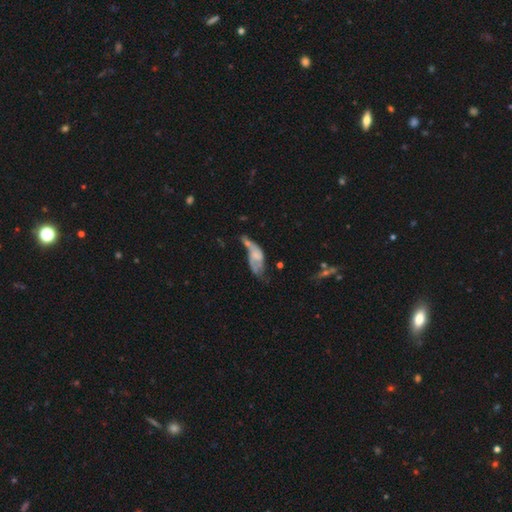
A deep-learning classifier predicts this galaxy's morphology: A featured or disk galaxy (49%).

Vote fractions:
- Smooth or featured? featured or disk: 49% / smooth: 41% / star or artifact: 10%
- Merging? major disturbance: 39% / merger: 23% / minor disturbance: 20% / none: 18%